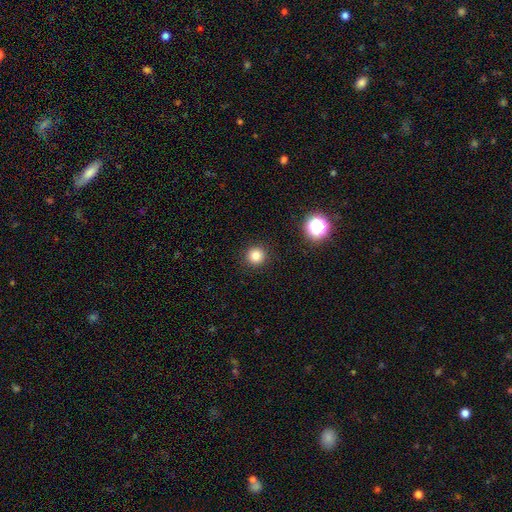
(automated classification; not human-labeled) A smooth galaxy with no disk features (82%) that is round (94%).

Vote fractions:
- Smooth or featured? smooth: 82% / star or artifact: 13% / featured or disk: 5%
- How rounded? round: 94% / in between: 5% / cigar-shaped: 1%
- Merging? none: 92% / minor disturbance: 5% / major disturbance: 2% / merger: 1%